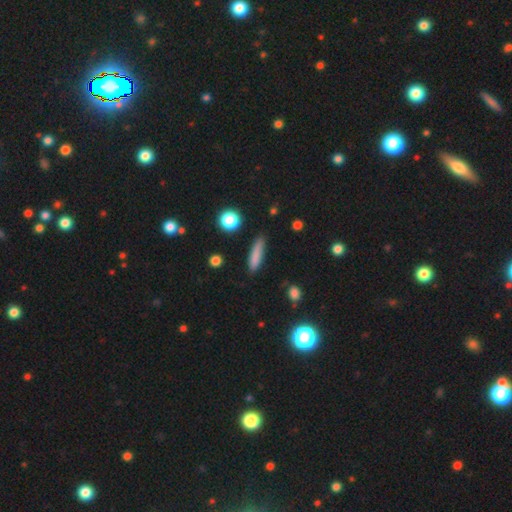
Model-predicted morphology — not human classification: This appears to be a smooth galaxy with no disk features (81%) that is cigar-shaped (78%). Merging: none (82%).